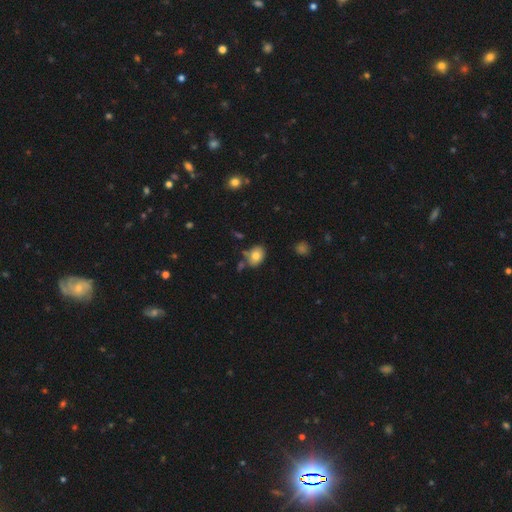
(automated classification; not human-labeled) Smooth or featured? smooth (78%)
How rounded? in between (70%)
Merging? none (68%)